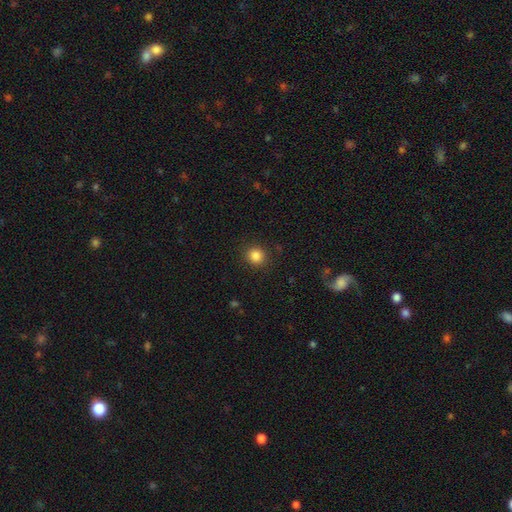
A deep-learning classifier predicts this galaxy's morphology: The model was most divided on "smooth or featured": smooth: 84%, star or artifact: 11%, featured or disk: 4%. More confident: merging — none (90%); how rounded — round (88%).